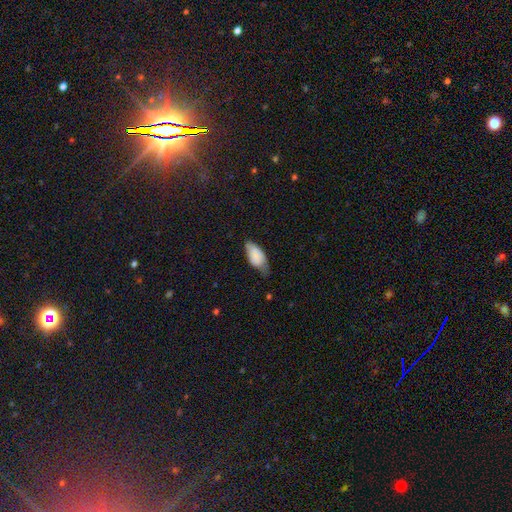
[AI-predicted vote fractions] smooth_or_featured: smooth (p=0.79) [alt: featured or disk p=0.14]
how_rounded: in between (p=0.91) [alt: cigar-shaped p=0.07]
merging: none (p=0.44) [alt: minor disturbance p=0.43]